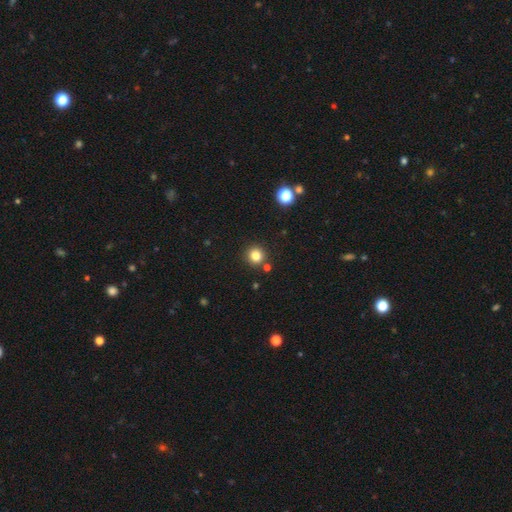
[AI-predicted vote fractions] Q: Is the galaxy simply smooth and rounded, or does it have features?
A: smooth — 81%.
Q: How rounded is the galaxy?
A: round — 93%.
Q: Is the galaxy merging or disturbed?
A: none — 87%.